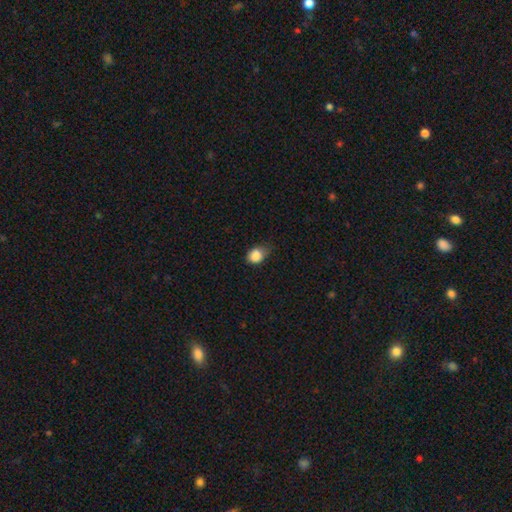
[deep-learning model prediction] Smooth or featured? Predicted: smooth (p=0.85). How rounded? Predicted: in between (p=0.52). Merging? Predicted: none (p=0.47).